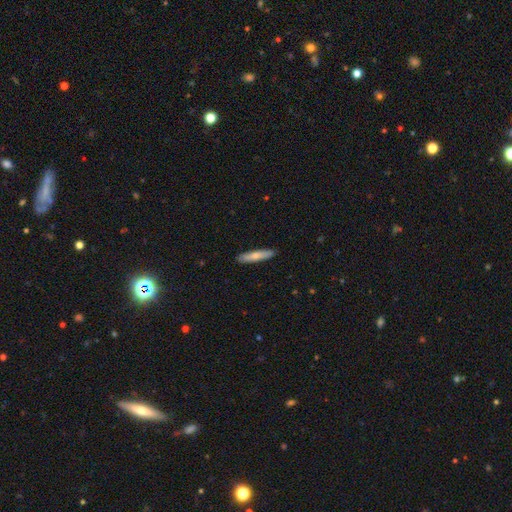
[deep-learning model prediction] smooth-or-featured: smooth: 69% | featured or disk: 25% | star or artifact: 5%
  how-rounded: cigar-shaped: 88% | in between: 10% | round: 1%
  merging: none: 90% | minor disturbance: 7% | major disturbance: 1% | merger: 1%